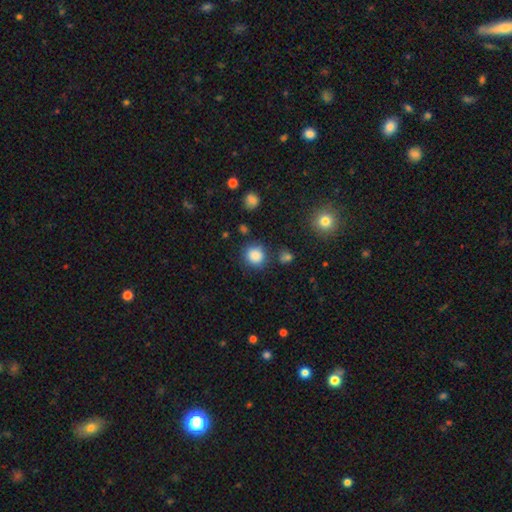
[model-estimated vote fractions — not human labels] Morphology: type=smooth (86%); roundness=round (84%); merging=none (80%).